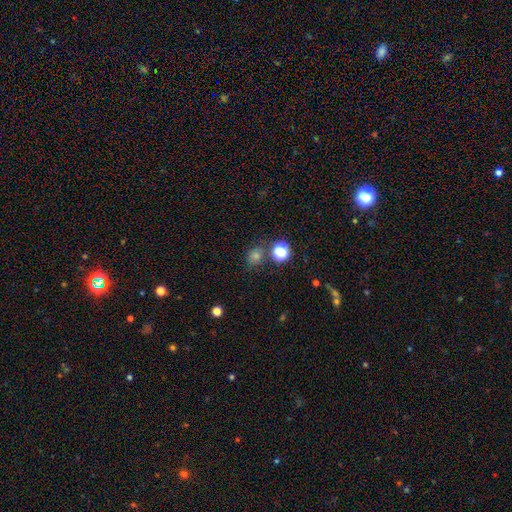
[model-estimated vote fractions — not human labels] smooth_or_featured: smooth (p=0.64) [alt: star or artifact p=0.27]
how_rounded: round (p=0.71) [alt: in between p=0.28]
merging: none (p=0.74) [alt: minor disturbance p=0.11]